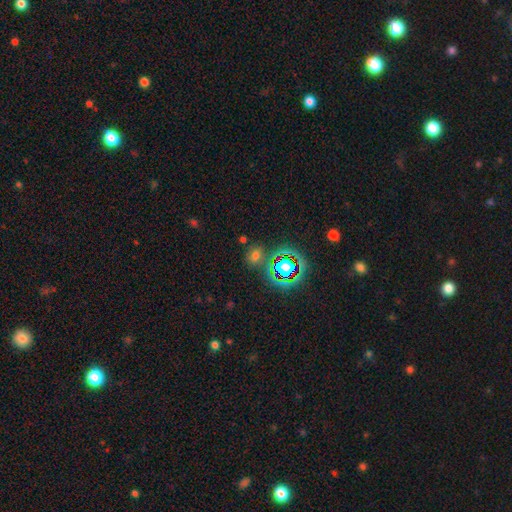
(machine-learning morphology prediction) A smooth galaxy with no disk features (53%) that is round (64%). Merging: none (72%).